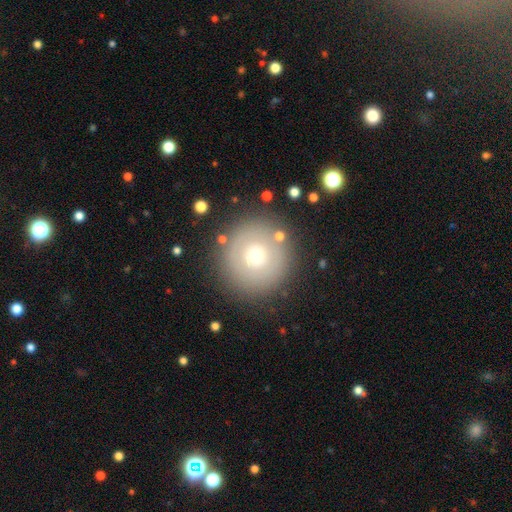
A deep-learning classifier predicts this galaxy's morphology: A smooth galaxy with no disk features (61%) that is round (95%).

Vote fractions:
- Smooth or featured? smooth: 61% / featured or disk: 28% / star or artifact: 11%
- How rounded? round: 95% / in between: 4% / cigar-shaped: 1%
- Merging? none: 84% / minor disturbance: 9% / major disturbance: 4% / merger: 3%